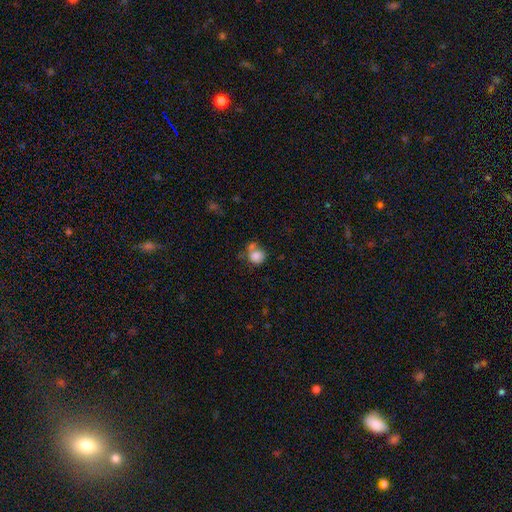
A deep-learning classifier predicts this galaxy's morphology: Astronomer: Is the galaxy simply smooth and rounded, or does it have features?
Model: smooth — 83%.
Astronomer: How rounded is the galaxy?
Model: round — 86%.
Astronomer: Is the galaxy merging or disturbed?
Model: none — 50% (runner-up: merger, 27%).